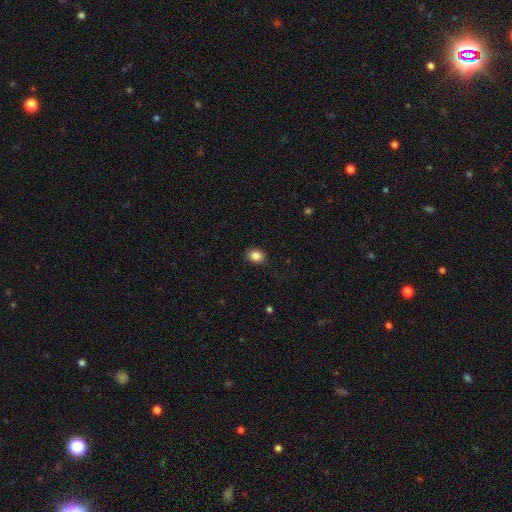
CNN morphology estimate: The model was most divided on "how rounded": round: 50%, in between: 49%, cigar-shaped: 1%. More confident: merging — none (86%); smooth or featured — smooth (85%).